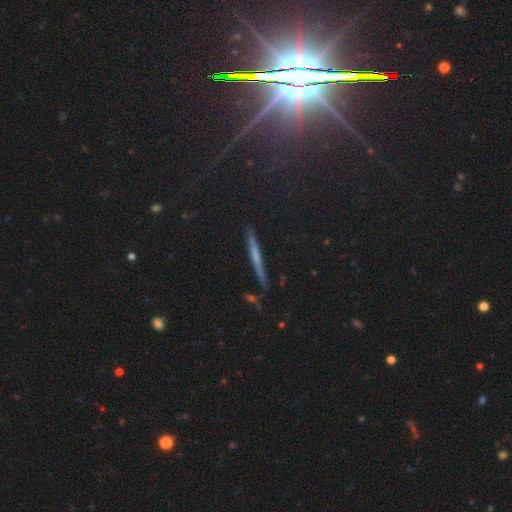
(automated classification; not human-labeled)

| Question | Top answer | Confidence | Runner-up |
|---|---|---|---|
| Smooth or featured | smooth | 42% | featured or disk (41%) |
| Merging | none | 85% | minor disturbance (11%) |